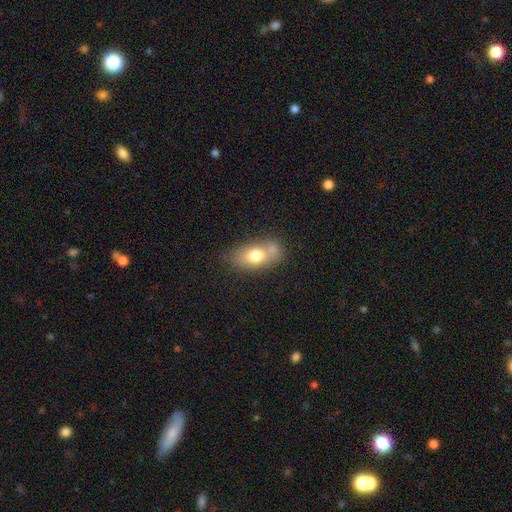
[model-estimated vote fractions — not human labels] This is likely a smooth galaxy (72%). How rounded: clearly in between (84%). Merging: possibly none (50%).